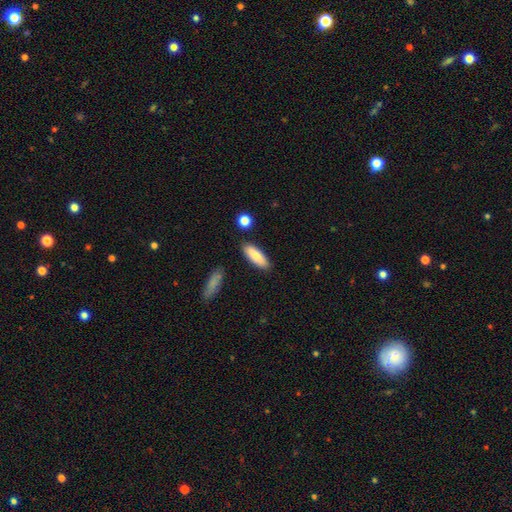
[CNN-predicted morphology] Q: Smooth or featured?
A: smooth (81%); runner-up: featured or disk (13%)
Q: How rounded?
A: in between (56%); runner-up: cigar-shaped (42%)
Q: Merging?
A: none (85%); runner-up: minor disturbance (9%)